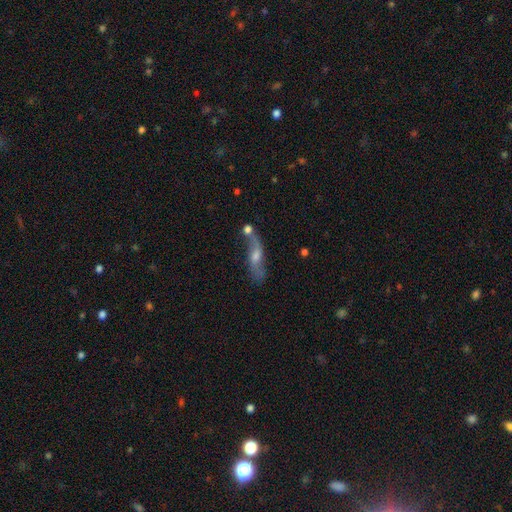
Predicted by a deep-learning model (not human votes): Smooth or featured? featured or disk (64%)
Edge-on disk? no (63%)
Merging? none (53%)